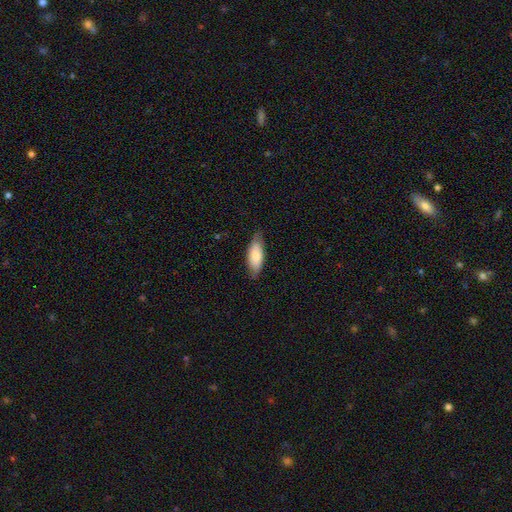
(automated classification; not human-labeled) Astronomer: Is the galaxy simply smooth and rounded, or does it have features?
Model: smooth — 80%.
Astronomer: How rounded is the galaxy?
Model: in between — 77%.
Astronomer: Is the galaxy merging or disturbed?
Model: none — 74%.